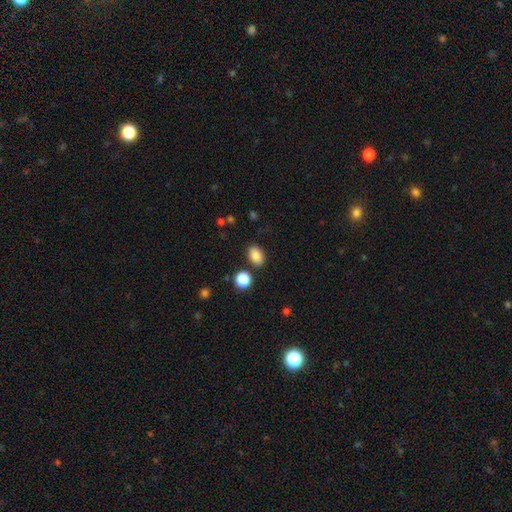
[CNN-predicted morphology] Smooth or featured: smooth — 86% (star or artifact — 10%)
How rounded: in between — 80% (round — 18%)
Merging: none — 83% (minor disturbance — 10%)